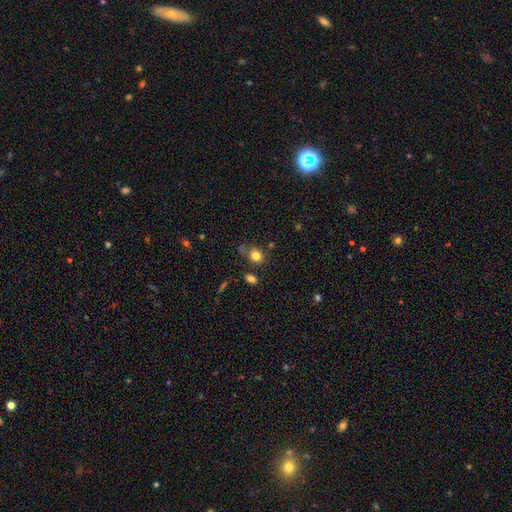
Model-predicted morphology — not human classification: smooth-or-featured: smooth: 81% | star or artifact: 12% | featured or disk: 7%
  how-rounded: round: 67% | in between: 32% | cigar-shaped: 1%
  merging: none: 71% | minor disturbance: 15% | merger: 9% | major disturbance: 5%